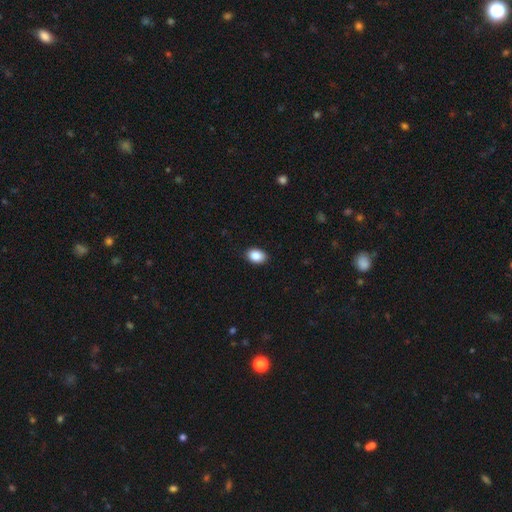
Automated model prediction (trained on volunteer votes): smooth-or-featured: smooth: 87% | star or artifact: 8% | featured or disk: 5%
  how-rounded: in between: 80% | round: 19% | cigar-shaped: 1%
  merging: none: 89% | minor disturbance: 9% | major disturbance: 2% | merger: 1%